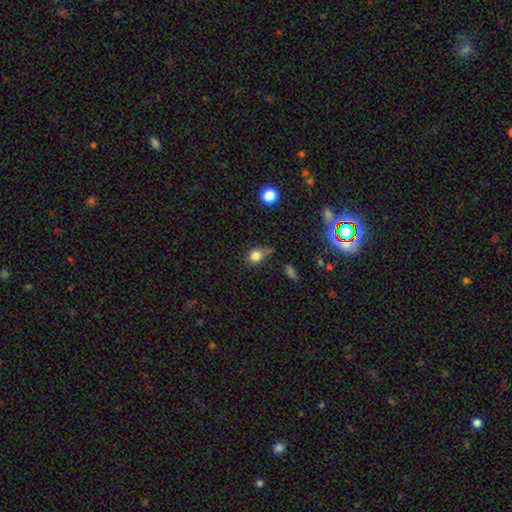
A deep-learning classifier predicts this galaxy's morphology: This appears to be a smooth galaxy with no disk features (81%) that is round (62%). Merging: none (59%).